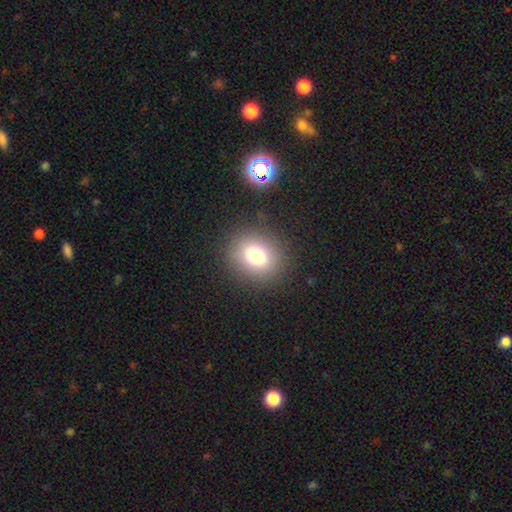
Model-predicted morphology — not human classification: This appears to be a smooth galaxy with no disk features (74%) that is round (71%). Merging: none (87%).